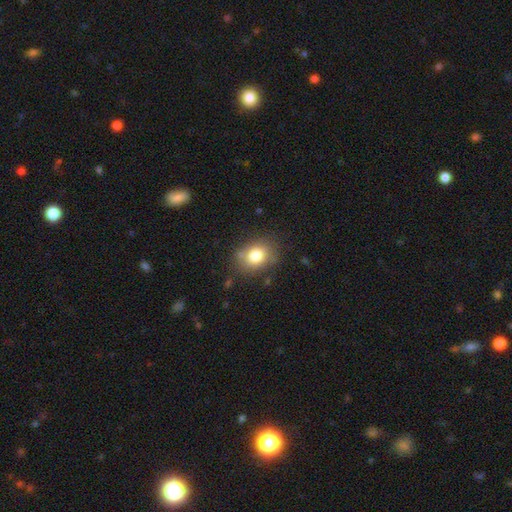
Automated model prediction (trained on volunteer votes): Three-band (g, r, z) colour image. It shows a smooth galaxy with no disk features (78%) that is in between round and cigar-shaped (50%). Merging: none (78%).